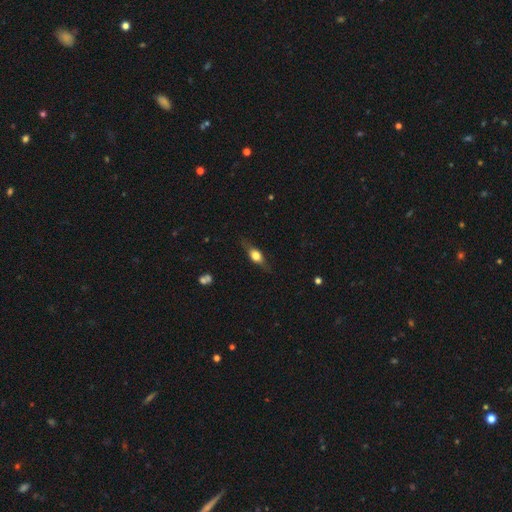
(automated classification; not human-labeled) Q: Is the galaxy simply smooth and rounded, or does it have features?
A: featured or disk — 49%.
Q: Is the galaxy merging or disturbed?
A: none — 78%.